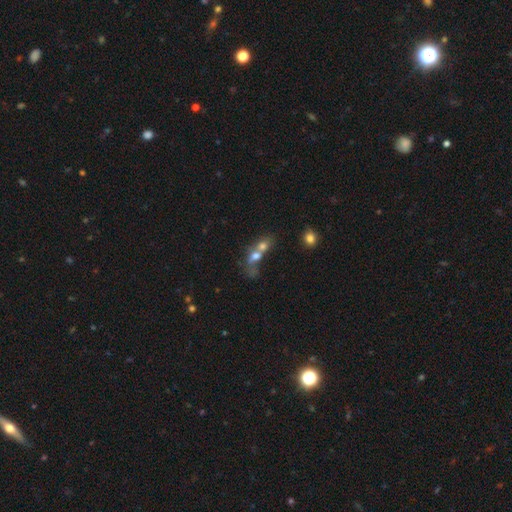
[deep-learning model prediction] Smooth or featured: smooth — 61% (featured or disk — 25%)
How rounded: in between — 53% (round — 40%)
Merging: merger — 75% (none — 12%)